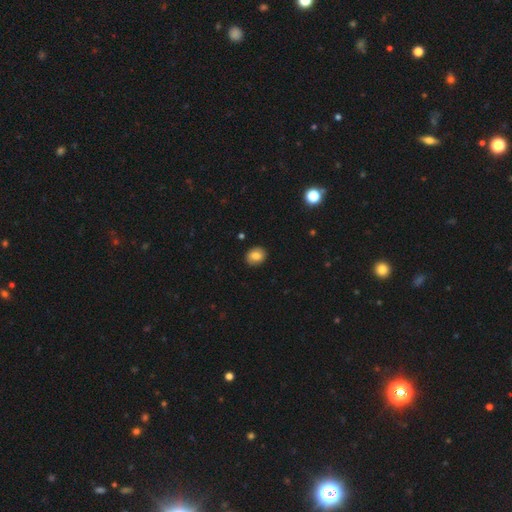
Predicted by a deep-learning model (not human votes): This is likely a smooth galaxy (77%). How rounded: likely round (65%). Merging: clearly none (87%).